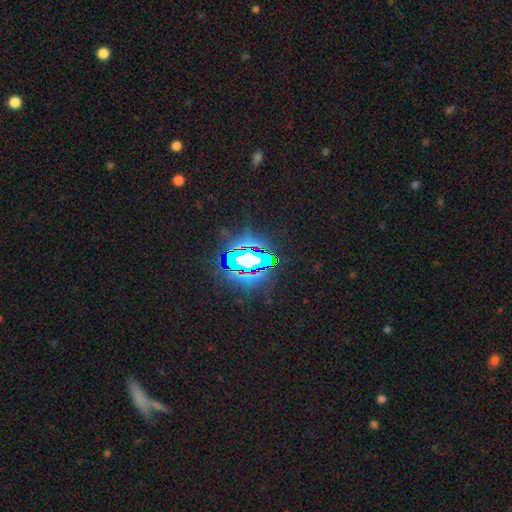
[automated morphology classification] star or artifact 71%, smooth 15%, featured or disk 14%.